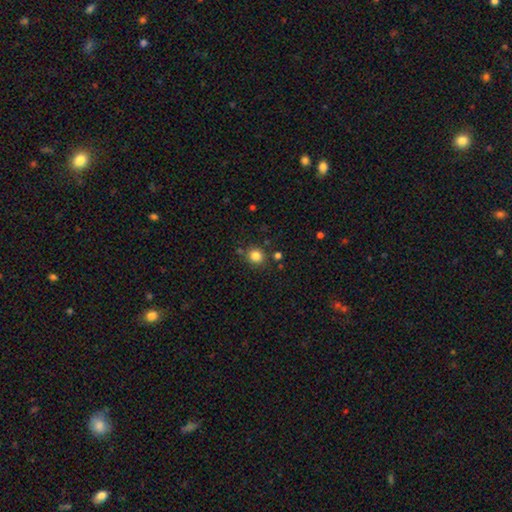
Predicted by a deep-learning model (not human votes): A smooth galaxy with no disk features (83%) that is round (87%).

Vote fractions:
- Smooth or featured? smooth: 83% / star or artifact: 12% / featured or disk: 5%
- How rounded? round: 87% / in between: 12% / cigar-shaped: 1%
- Merging? none: 81% / minor disturbance: 9% / merger: 6% / major disturbance: 3%